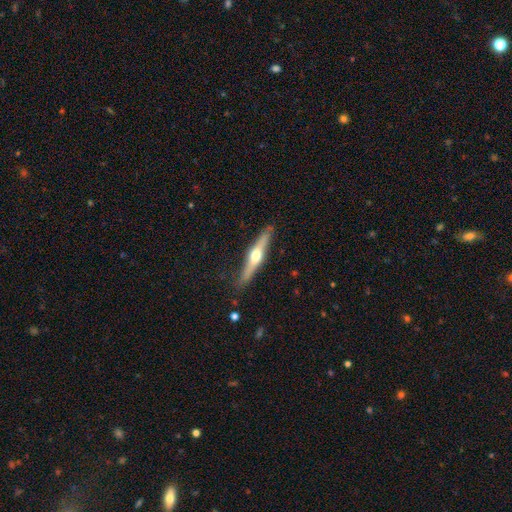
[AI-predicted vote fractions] Smooth or featured?
  - featured or disk: 66% *
  - smooth: 29%
  - star or artifact: 5%
Edge-on disk?
  - yes: 96% *
  - no: 4%
Edge-on bulge?
  - rounded: 94% *
  - none: 3%
  - boxy: 3%
Merging?
  - none: 86% *
  - minor disturbance: 11%
  - major disturbance: 2%
  - merger: 1%